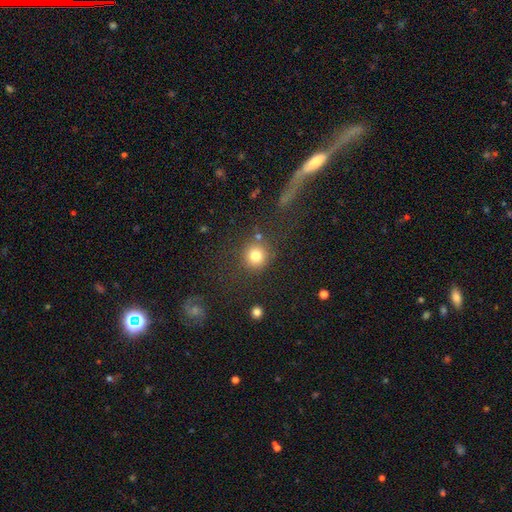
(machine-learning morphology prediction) Smooth or featured?
  - smooth: 81% *
  - star or artifact: 12%
  - featured or disk: 8%
How rounded?
  - round: 91% *
  - in between: 7%
  - cigar-shaped: 1%
Merging?
  - none: 77% *
  - minor disturbance: 10%
  - merger: 7%
  - major disturbance: 6%